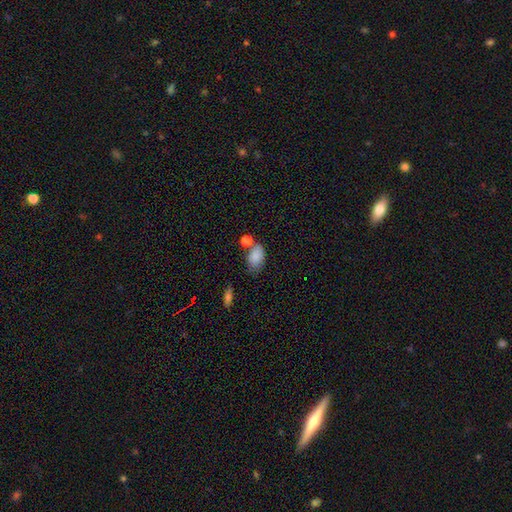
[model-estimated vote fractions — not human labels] Smooth or featured: smooth — 84% (featured or disk — 8%)
How rounded: in between — 90% (round — 8%)
Merging: none — 45% (merger — 28%)